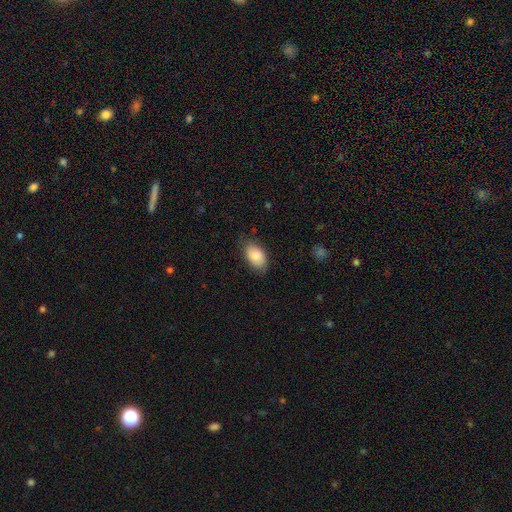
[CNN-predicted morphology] Q: Smooth or featured?
A: smooth (83%); runner-up: featured or disk (10%)
Q: How rounded?
A: in between (93%); runner-up: round (6%)
Q: Merging?
A: none (77%); runner-up: minor disturbance (19%)